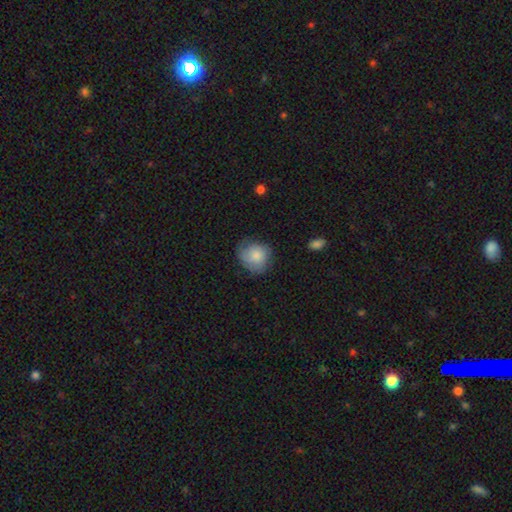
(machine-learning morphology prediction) Smooth or featured?
  - smooth: 75% *
  - featured or disk: 18%
  - star or artifact: 7%
How rounded?
  - round: 79% *
  - in between: 20%
  - cigar-shaped: 1%
Merging?
  - none: 57% *
  - minor disturbance: 30%
  - major disturbance: 11%
  - merger: 2%